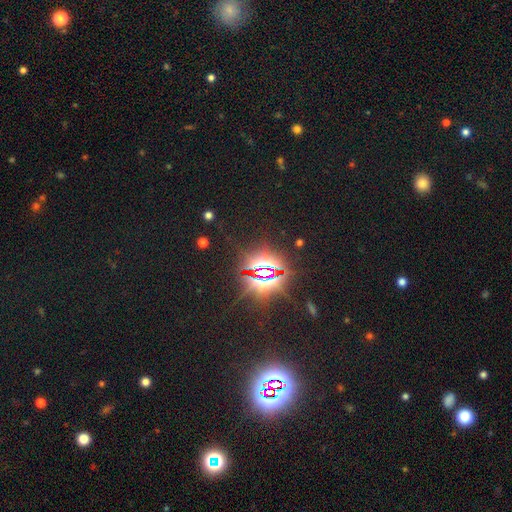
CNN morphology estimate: Smooth or featured? Predicted: star or artifact (p=0.85).